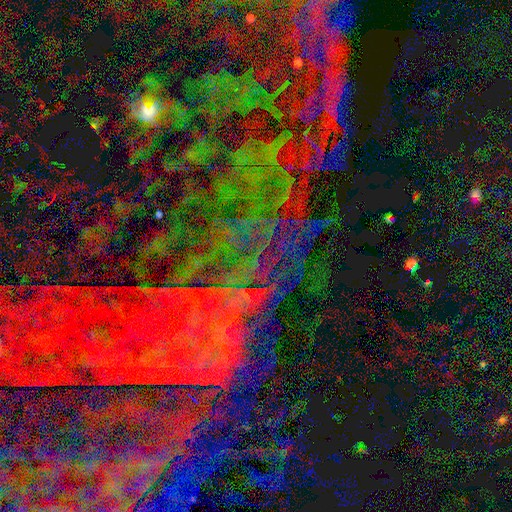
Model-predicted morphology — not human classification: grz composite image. It shows a star or artifact, not a galaxy (79%).